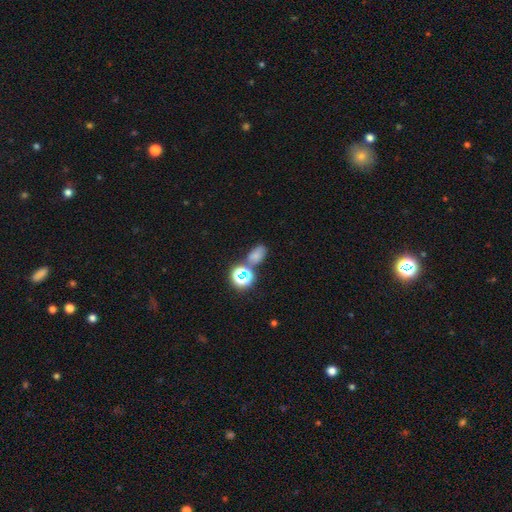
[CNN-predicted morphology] Smooth or featured? smooth (61%)
How rounded? in between (75%)
Merging? none (55%)